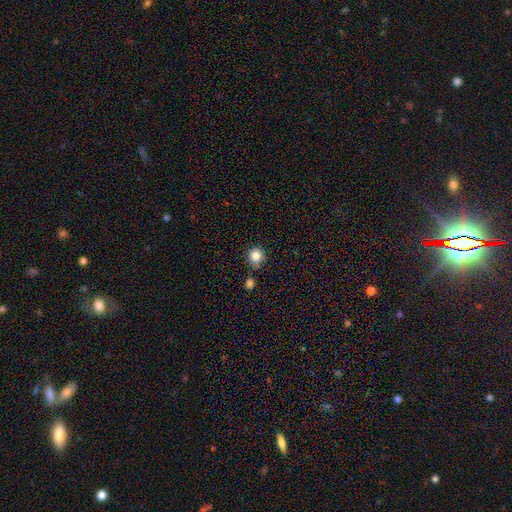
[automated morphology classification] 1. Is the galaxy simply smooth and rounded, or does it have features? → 84% smooth, 11% star or artifact, 5% featured or disk.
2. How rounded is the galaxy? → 90% round, 9% in between, 1% cigar-shaped.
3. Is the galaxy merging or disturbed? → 71% none, 16% minor disturbance, 9% merger, 4% major disturbance.